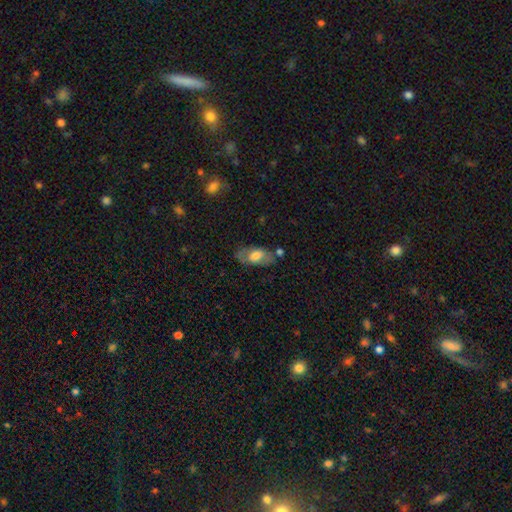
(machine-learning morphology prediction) Overall: smooth (60%; featured or disk 33%). How rounded: in between (89%). Merging: none (62%; minor disturbance 22%).